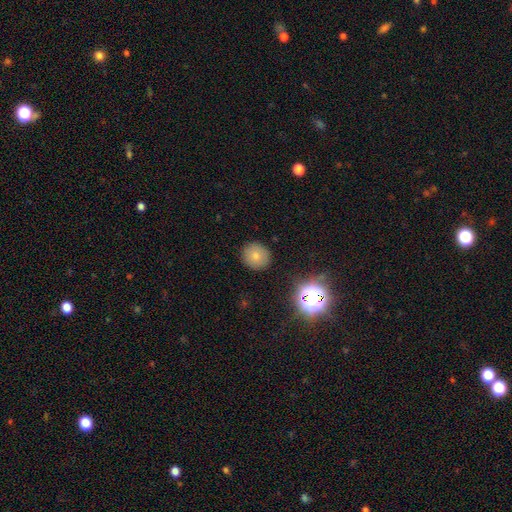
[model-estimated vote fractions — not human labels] Overall: smooth (74%). How rounded: round (90%). Merging: none (89%).